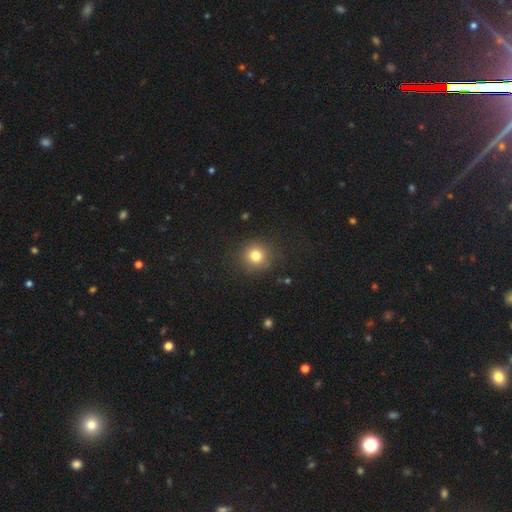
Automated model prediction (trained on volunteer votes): smooth-or-featured: smooth: 80% | star or artifact: 13% | featured or disk: 7%
  how-rounded: round: 91% | in between: 8% | cigar-shaped: 1%
  merging: none: 88% | minor disturbance: 8% | major disturbance: 3% | merger: 1%